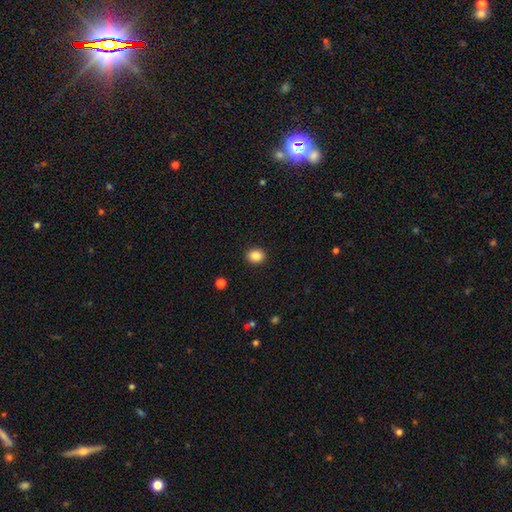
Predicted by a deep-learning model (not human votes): smooth-or-featured: smooth: 87% | star or artifact: 9% | featured or disk: 4%
  how-rounded: round: 56% | in between: 43% | cigar-shaped: 1%
  merging: none: 91% | minor disturbance: 6% | major disturbance: 2% | merger: 1%